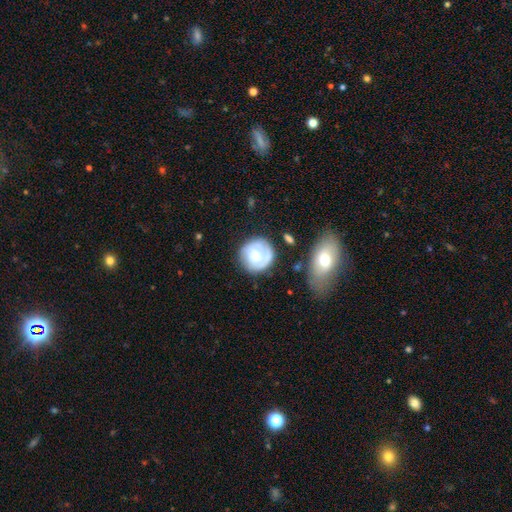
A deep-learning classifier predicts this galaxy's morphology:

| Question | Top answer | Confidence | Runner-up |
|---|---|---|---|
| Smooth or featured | featured or disk | 52% | smooth (42%) |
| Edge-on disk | no | 97% | yes (3%) |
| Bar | no | 75% | weak (21%) |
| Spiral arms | yes | 66% | no (34%) |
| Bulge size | moderate | 65% | small (21%) |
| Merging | none | 68% | minor disturbance (19%) |